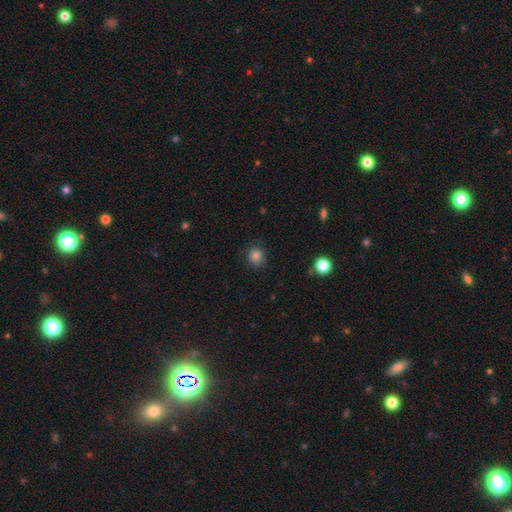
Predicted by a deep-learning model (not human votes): This appears to be a smooth galaxy with no disk features (84%) that is round (82%). Merging: none (85%).